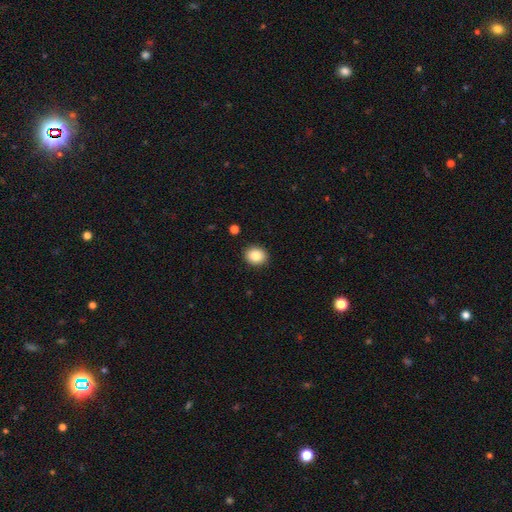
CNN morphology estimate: Overall: smooth (85%). How rounded: round (66%; in between 34%). Merging: none (90%).